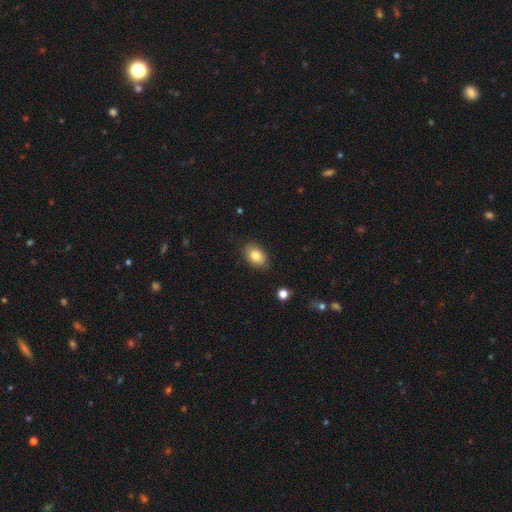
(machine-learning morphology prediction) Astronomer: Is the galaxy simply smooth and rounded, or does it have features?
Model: smooth — 81%.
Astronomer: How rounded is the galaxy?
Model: in between — 85%.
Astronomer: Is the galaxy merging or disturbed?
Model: none — 83%.